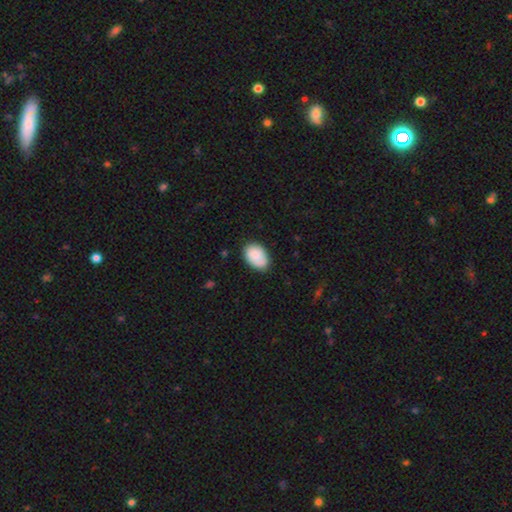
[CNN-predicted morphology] Smooth or featured? Predicted: smooth (p=0.81). How rounded? Predicted: in between (p=0.86). Merging? Predicted: none (p=0.75).